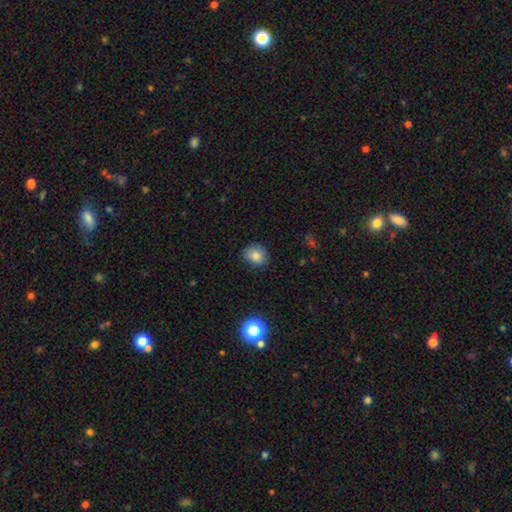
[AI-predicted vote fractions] Morphology: type=smooth (82%); roundness=round (69%); merging=none (79%).